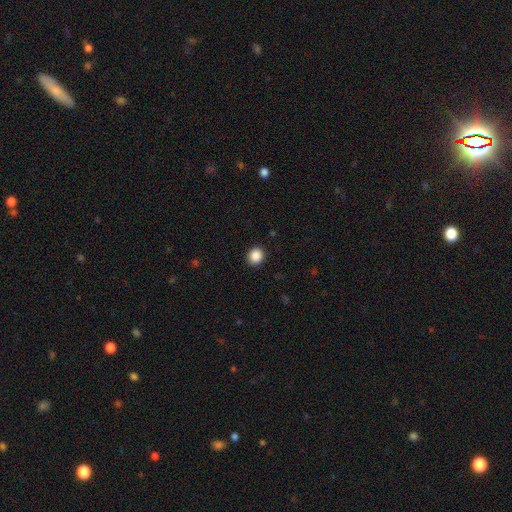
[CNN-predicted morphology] Smooth or featured?
  - smooth: 88% *
  - star or artifact: 10%
  - featured or disk: 3%
How rounded?
  - round: 86% *
  - in between: 13%
  - cigar-shaped: 1%
Merging?
  - none: 92% *
  - minor disturbance: 5%
  - major disturbance: 2%
  - merger: 1%